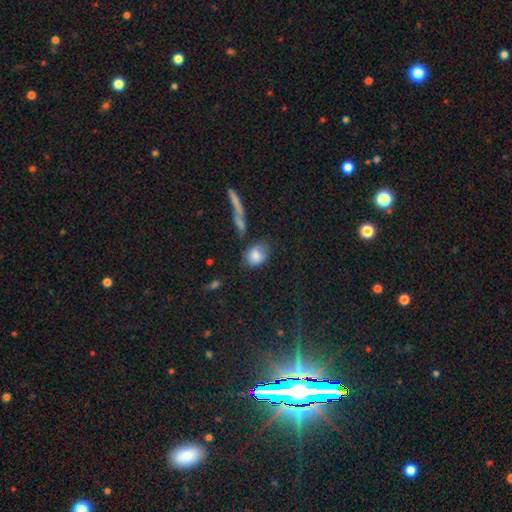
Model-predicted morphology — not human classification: This appears to be a smooth galaxy with no disk features (80%) that is in between round and cigar-shaped (55%). Merging: none (50%).